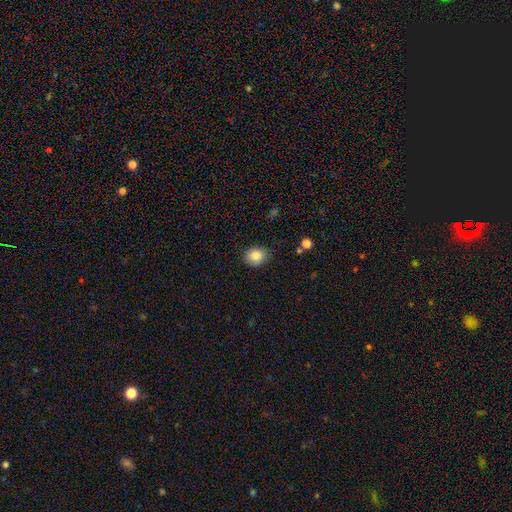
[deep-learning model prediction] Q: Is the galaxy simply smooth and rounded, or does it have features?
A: smooth — 85%.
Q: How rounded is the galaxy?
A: round — 55%.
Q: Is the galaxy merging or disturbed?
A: none — 83%.